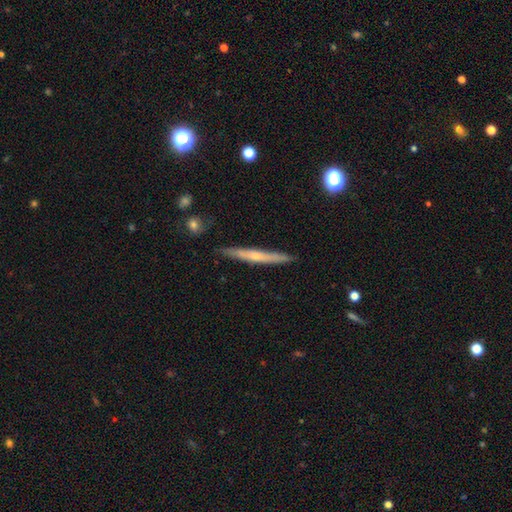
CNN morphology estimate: featured or disk 60%, smooth 34%, star or artifact 7%. Down the decision tree: edge-on disk — yes (95%); edge-on bulge — rounded (57%); merging — none (88%).